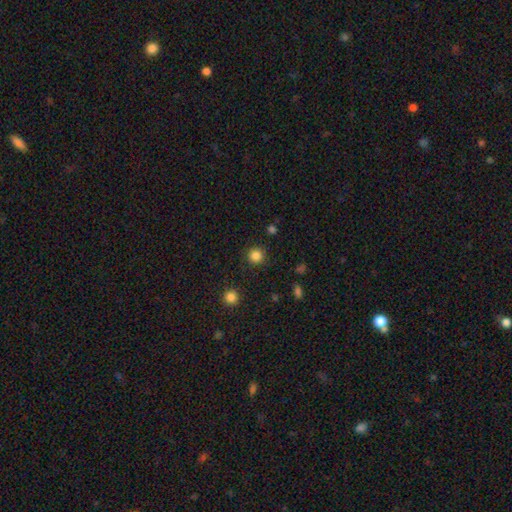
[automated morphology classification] smooth 84%, star or artifact 12%, featured or disk 3%. Down the decision tree: how rounded — round (94%); merging — none (90%).